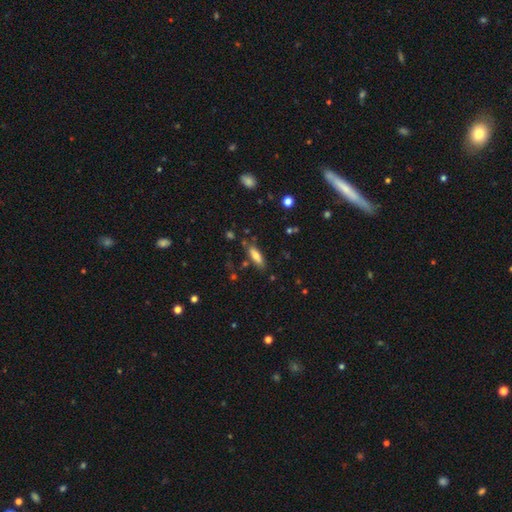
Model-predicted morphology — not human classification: Smooth or featured? Predicted: smooth (p=0.74). How rounded? Predicted: in between (p=0.52). Merging? Predicted: none (p=0.76).